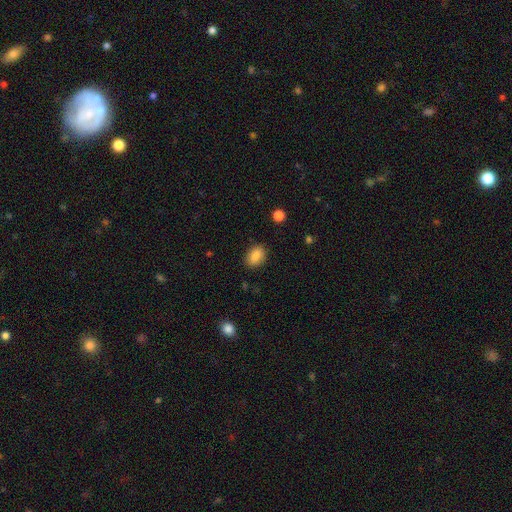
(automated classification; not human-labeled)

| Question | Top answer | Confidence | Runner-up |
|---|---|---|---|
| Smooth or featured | smooth | 87% | star or artifact (8%) |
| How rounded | in between | 79% | round (20%) |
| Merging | none | 86% | minor disturbance (10%) |